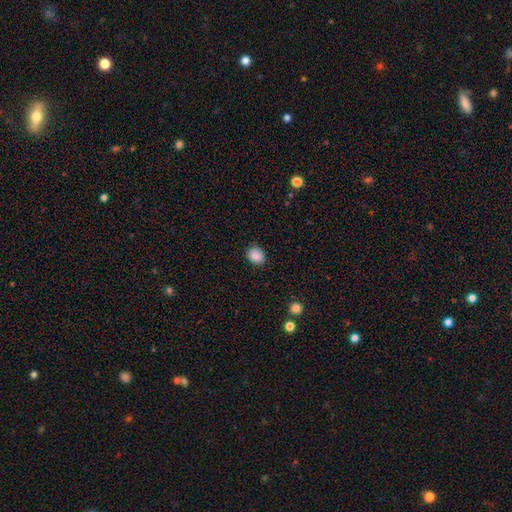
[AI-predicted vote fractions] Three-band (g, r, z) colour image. It shows a smooth galaxy with no disk features (86%) that is round (61%). Merging: none (84%).